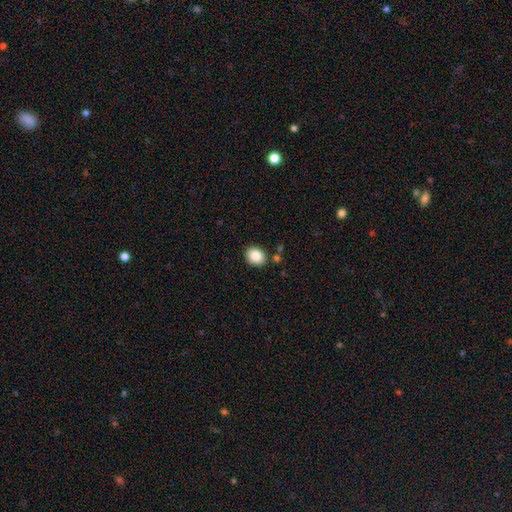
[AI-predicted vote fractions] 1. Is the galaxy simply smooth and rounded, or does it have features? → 84% smooth, 9% star or artifact, 7% featured or disk.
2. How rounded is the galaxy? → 54% round, 45% in between, 1% cigar-shaped.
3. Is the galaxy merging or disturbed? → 85% none, 9% minor disturbance, 4% merger, 2% major disturbance.